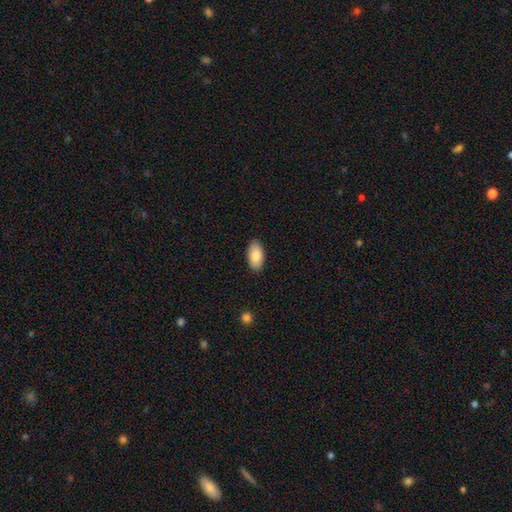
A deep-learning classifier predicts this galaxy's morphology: Q: Smooth or featured?
A: smooth (86%); runner-up: featured or disk (8%)
Q: How rounded?
A: in between (95%); runner-up: cigar-shaped (3%)
Q: Merging?
A: none (88%); runner-up: minor disturbance (9%)